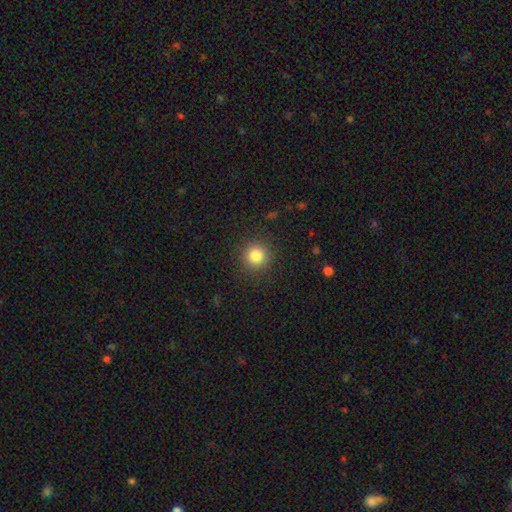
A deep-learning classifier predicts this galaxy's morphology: A smooth galaxy with no disk features (83%) that is round (94%).

Vote fractions:
- Smooth or featured? smooth: 83% / star or artifact: 11% / featured or disk: 6%
- How rounded? round: 94% / in between: 5% / cigar-shaped: 1%
- Merging? none: 90% / minor disturbance: 6% / major disturbance: 3% / merger: 1%